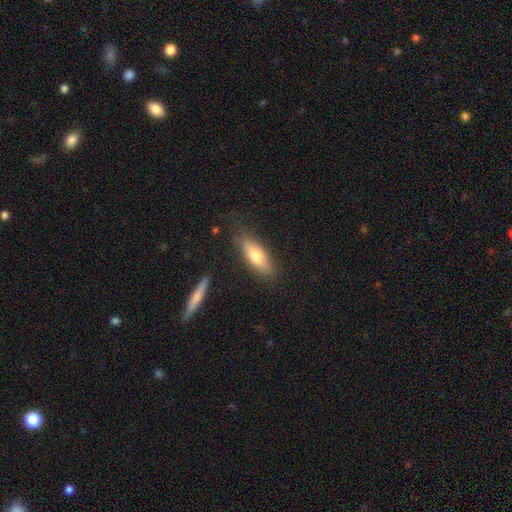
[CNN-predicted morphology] This appears to be a smooth galaxy with no disk features (73%) that is in between round and cigar-shaped (59%). Merging: none (78%).